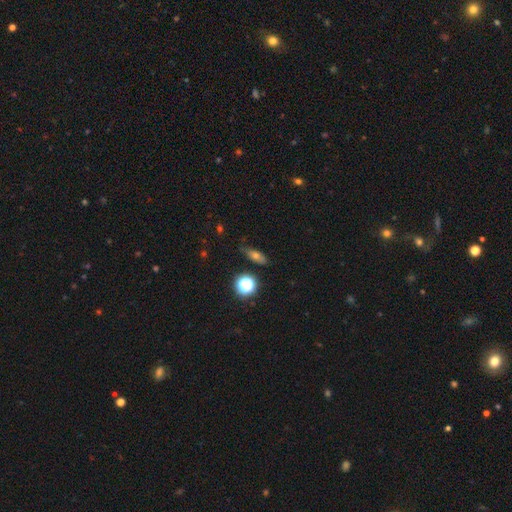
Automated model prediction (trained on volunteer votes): smooth 51%, star or artifact 26%, featured or disk 23%. Down the decision tree: how rounded — in between (55%); merging — none (80%).